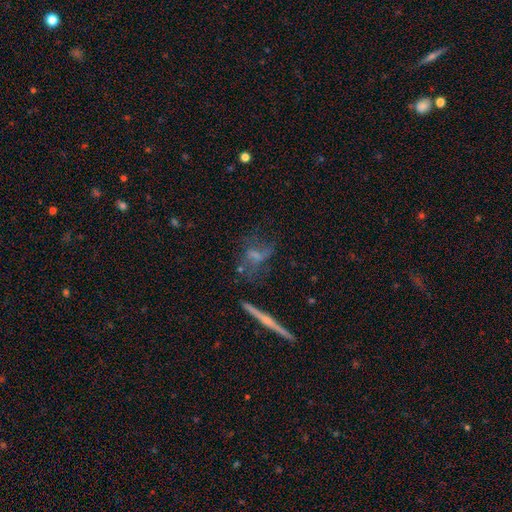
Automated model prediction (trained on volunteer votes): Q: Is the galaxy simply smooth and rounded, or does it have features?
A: featured or disk — 56%.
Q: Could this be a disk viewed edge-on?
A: no — 65%.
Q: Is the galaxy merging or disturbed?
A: none — 55%.